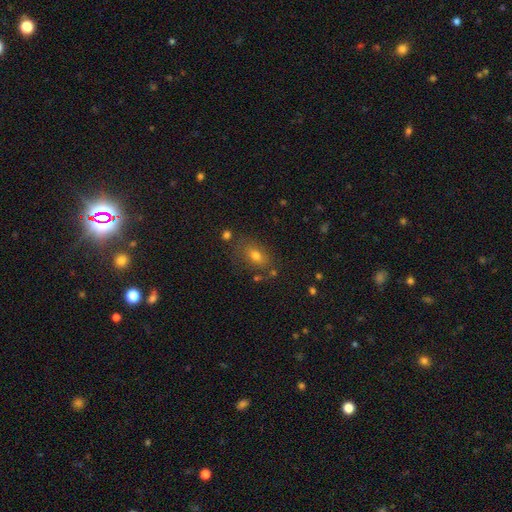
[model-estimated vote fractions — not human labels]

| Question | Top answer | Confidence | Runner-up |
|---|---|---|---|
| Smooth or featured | smooth | 70% | featured or disk (16%) |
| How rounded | in between | 79% | round (18%) |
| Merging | none | 71% | minor disturbance (16%) |